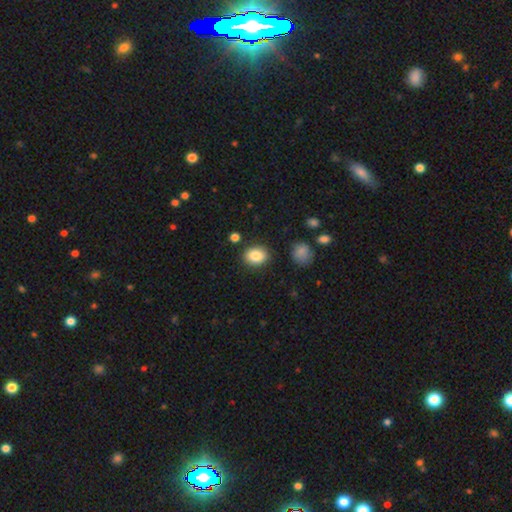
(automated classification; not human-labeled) smooth-or-featured: smooth: 85% | star or artifact: 9% | featured or disk: 6%
  how-rounded: in between: 55% | round: 44% | cigar-shaped: 1%
  merging: none: 86% | minor disturbance: 9% | merger: 3% | major disturbance: 3%